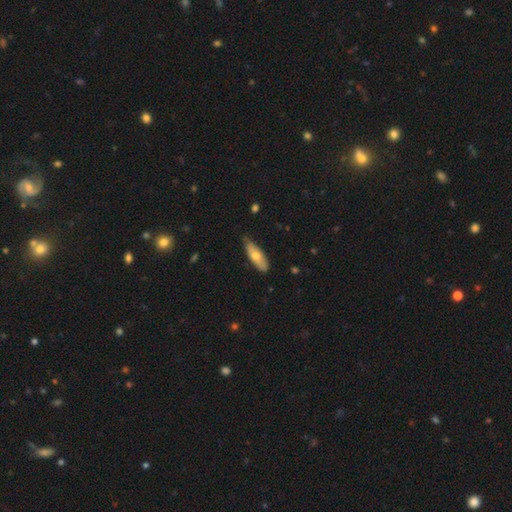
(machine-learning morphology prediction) Smooth or featured? smooth (62%)
How rounded? in between (57%)
Merging? none (71%)